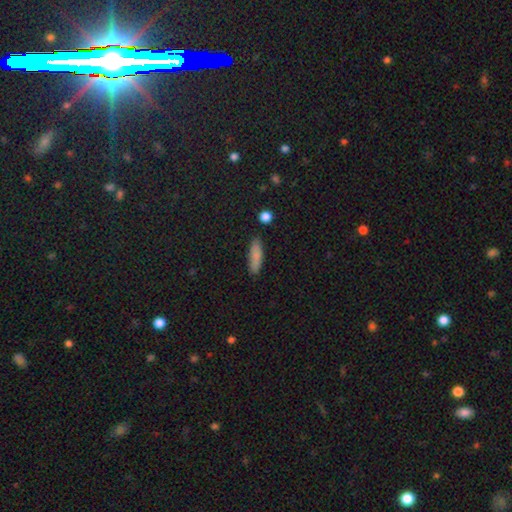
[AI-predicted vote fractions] Morphology: type=smooth (84%); roundness=cigar-shaped (60%); merging=none (85%).